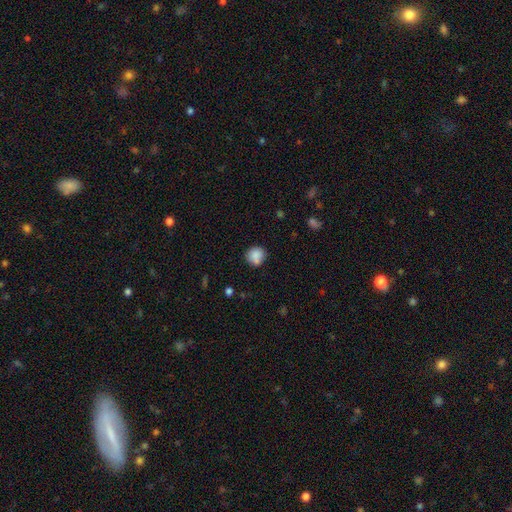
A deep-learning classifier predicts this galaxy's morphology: Smooth or featured? smooth (84%)
How rounded? round (85%)
Merging? none (68%)